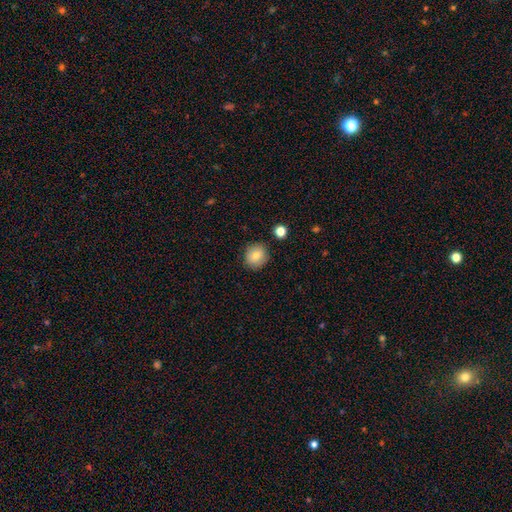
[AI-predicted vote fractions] smooth 80%, featured or disk 11%, star or artifact 9%. Down the decision tree: how rounded — round (90%); merging — none (88%).